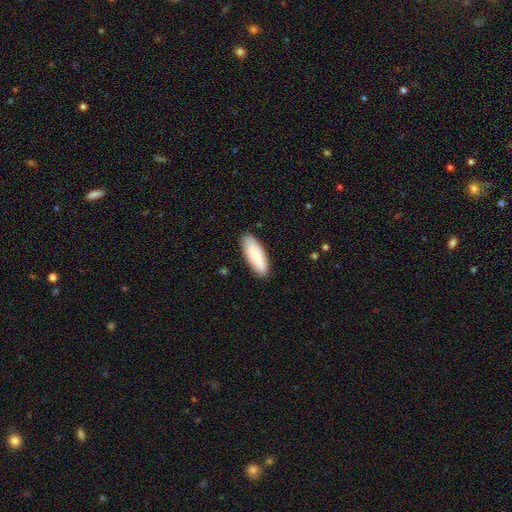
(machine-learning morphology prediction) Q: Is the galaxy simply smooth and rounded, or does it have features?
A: smooth — 76%.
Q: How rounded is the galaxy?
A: in between — 71%.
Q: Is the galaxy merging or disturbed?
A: none — 86%.